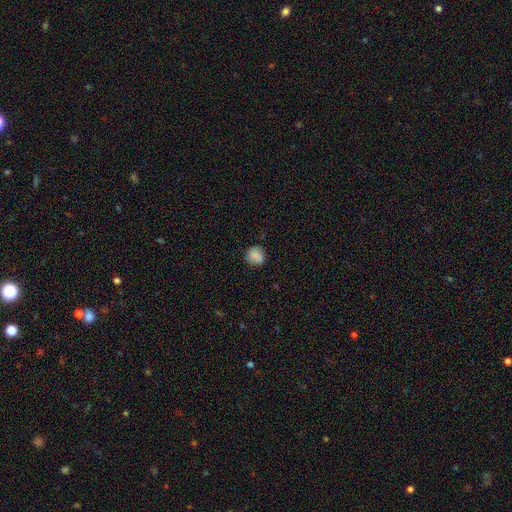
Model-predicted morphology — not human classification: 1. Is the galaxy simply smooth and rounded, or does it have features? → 81% smooth, 10% featured or disk, 9% star or artifact.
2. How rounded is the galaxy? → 80% round, 19% in between, 1% cigar-shaped.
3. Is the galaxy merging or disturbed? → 71% none, 22% minor disturbance, 6% major disturbance, 2% merger.